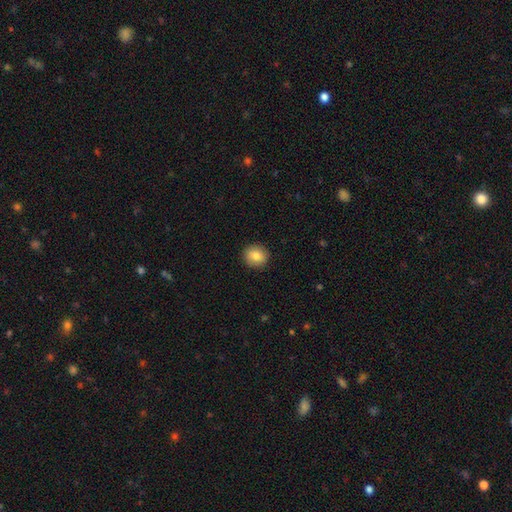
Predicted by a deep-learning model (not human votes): smooth_or_featured: smooth (p=0.83) [alt: featured or disk p=0.08]
how_rounded: round (p=0.90) [alt: in between p=0.09]
merging: none (p=0.92) [alt: minor disturbance p=0.06]